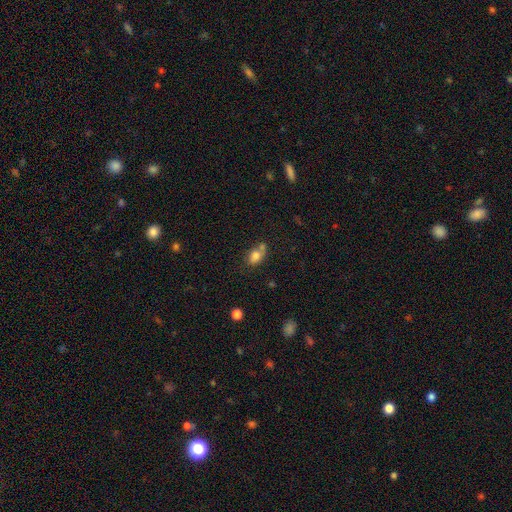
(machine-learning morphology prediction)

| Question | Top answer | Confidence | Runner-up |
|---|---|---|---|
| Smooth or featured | smooth | 77% | featured or disk (13%) |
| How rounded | in between | 73% | round (24%) |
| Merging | none | 42% | merger (31%) |